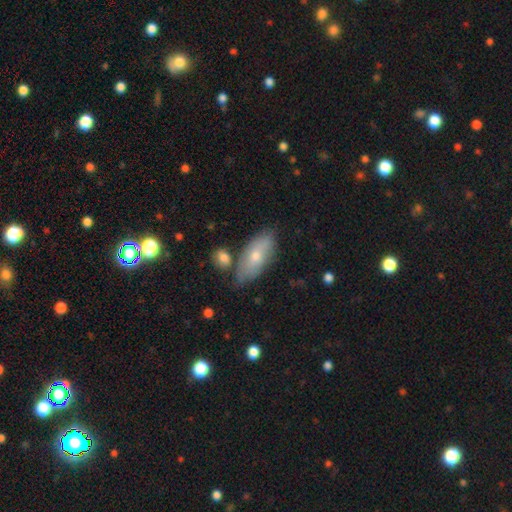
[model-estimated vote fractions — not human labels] Smooth or featured: smooth — 64% (featured or disk — 28%)
How rounded: in between — 81% (cigar-shaped — 15%)
Merging: none — 74% (minor disturbance — 16%)